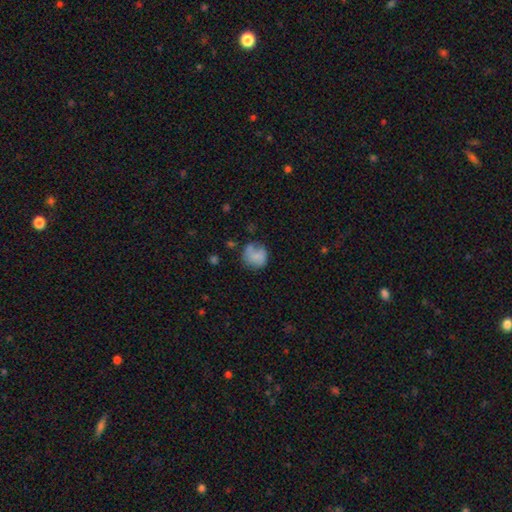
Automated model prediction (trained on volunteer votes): Morphology: type=smooth (69%); roundness=round (82%); merging=none (53%).